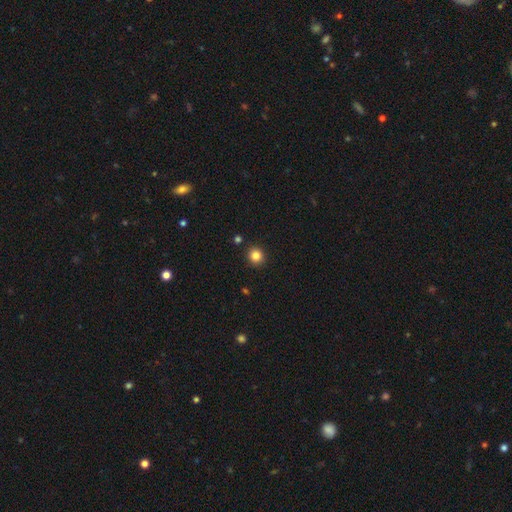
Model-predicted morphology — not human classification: Smooth or featured: smooth — 84% (star or artifact — 12%)
How rounded: round — 90% (in between — 9%)
Merging: none — 90% (minor disturbance — 6%)